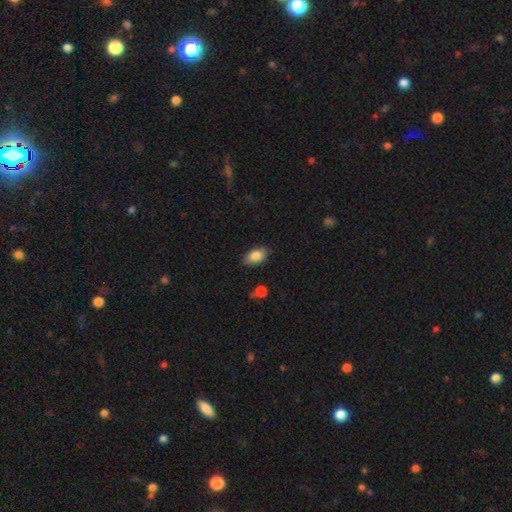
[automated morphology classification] A smooth galaxy with no disk features (84%) that is in between round and cigar-shaped (91%). Merging: none (83%).